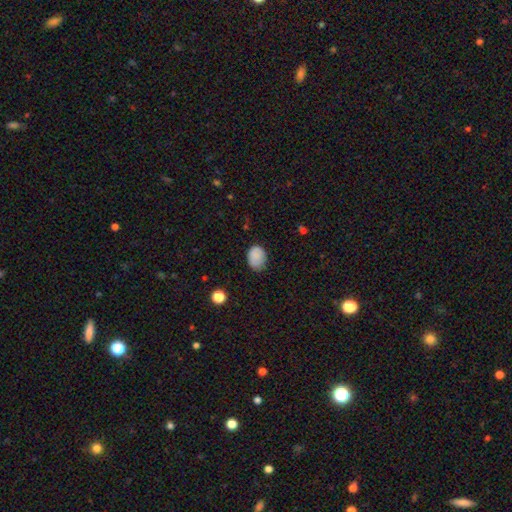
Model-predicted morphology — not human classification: type=smooth (85%); roundness=in between (67%); merging=none (74%).